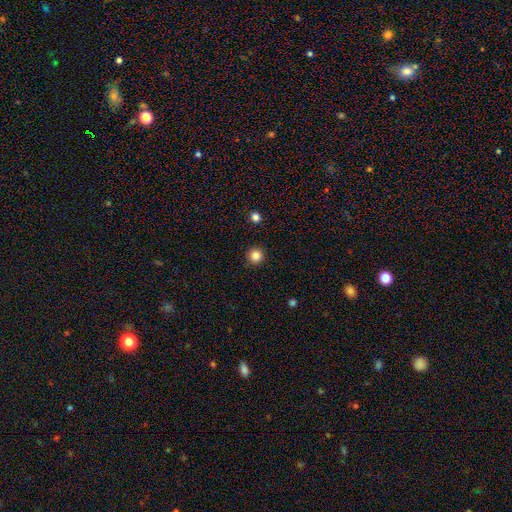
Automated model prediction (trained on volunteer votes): A smooth galaxy with no disk features (85%) that is round (96%). Merging: none (92%).